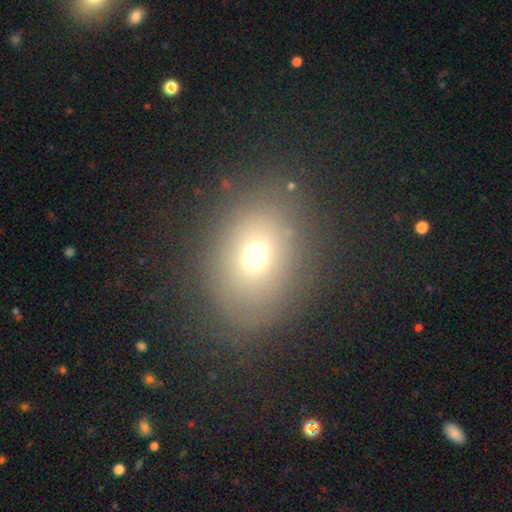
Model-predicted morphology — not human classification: Overall: smooth (66%). How rounded: in between (54%; round 45%). Merging: none (80%).